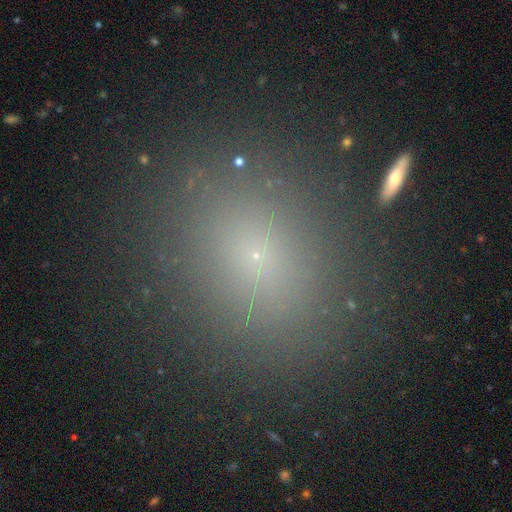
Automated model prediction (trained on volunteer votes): Smooth or featured? smooth (65%)
How rounded? round (55%)
Merging? none (88%)